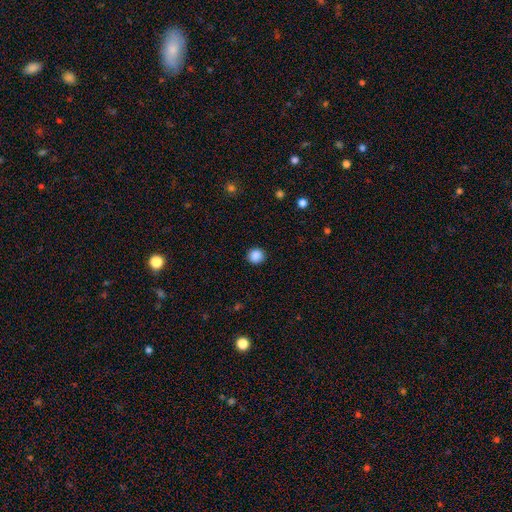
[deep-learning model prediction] This is clearly a smooth galaxy (88%). How rounded: clearly round (93%). Merging: clearly none (91%).